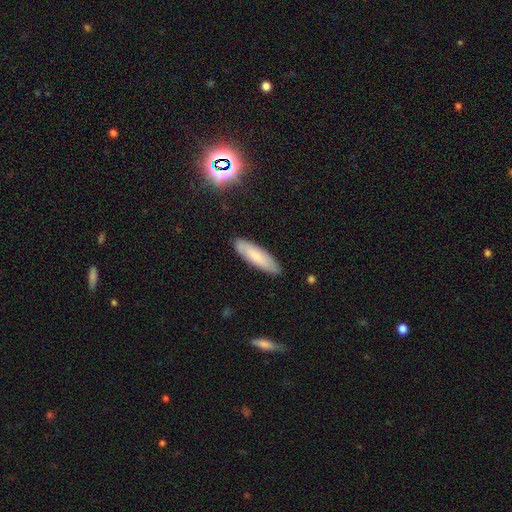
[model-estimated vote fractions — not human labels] Smooth or featured: smooth — 72% (featured or disk — 21%)
How rounded: cigar-shaped — 58% (in between — 40%)
Merging: none — 85% (minor disturbance — 11%)